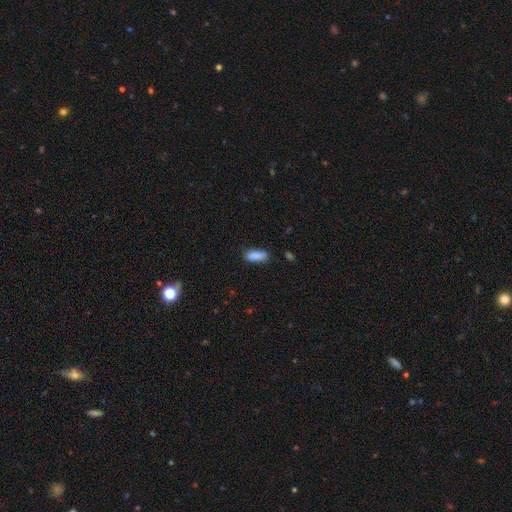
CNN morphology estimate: smooth-or-featured: smooth: 88% | star or artifact: 7% | featured or disk: 4%
  how-rounded: in between: 68% | cigar-shaped: 31% | round: 2%
  merging: none: 79% | minor disturbance: 16% | major disturbance: 3% | merger: 2%